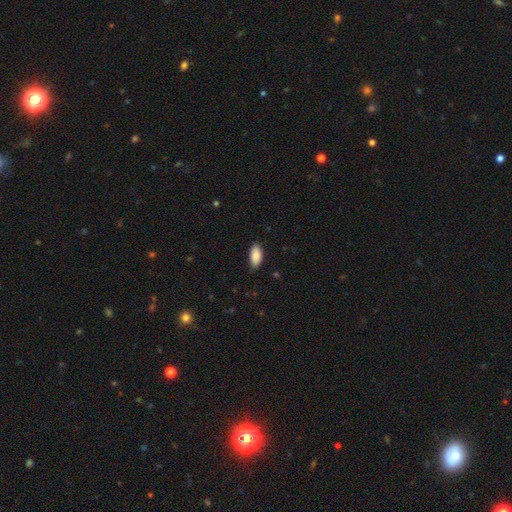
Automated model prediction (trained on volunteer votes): Smooth or featured? Predicted: smooth (p=0.89). How rounded? Predicted: in between (p=0.91). Merging? Predicted: none (p=0.84).